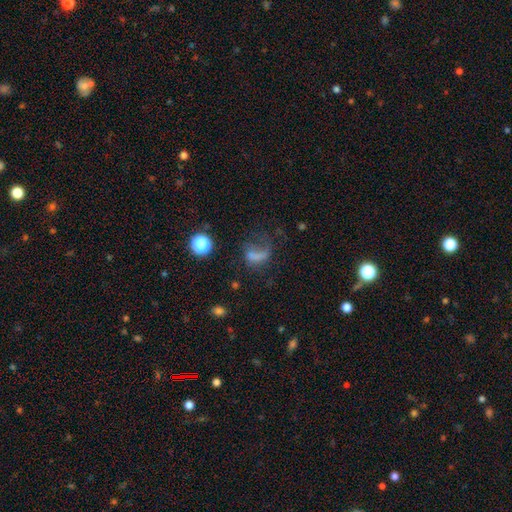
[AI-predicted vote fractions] smooth 50%, featured or disk 30%, star or artifact 21%. Down the decision tree: merging — major disturbance (51%).